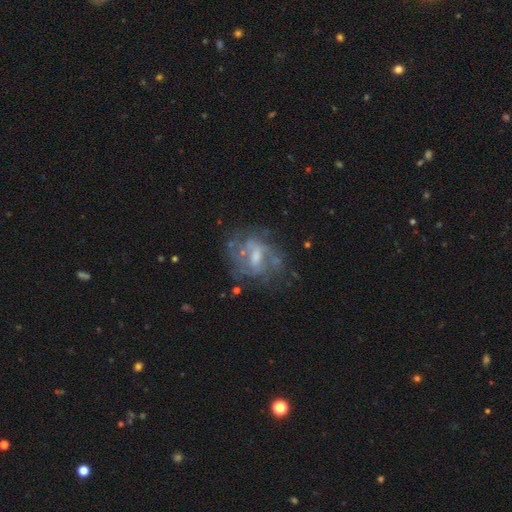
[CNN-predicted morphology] Smooth or featured?
  - featured or disk: 73% *
  - smooth: 17%
  - star or artifact: 10%
Edge-on disk?
  - no: 97% *
  - yes: 3%
Bar?
  - weak: 51% *
  - no: 33%
  - strong: 16%
Spiral arms?
  - yes: 61% *
  - no: 39%
Bulge size?
  - moderate: 46% *
  - small: 35%
  - none: 13%
  - large: 5%
  - dominant: 1%
Merging?
  - none: 57% *
  - minor disturbance: 20%
  - major disturbance: 19%
  - merger: 4%